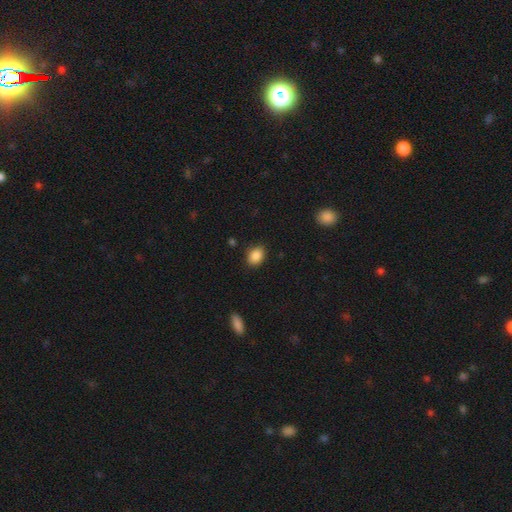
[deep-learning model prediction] Q: Smooth or featured?
A: smooth (88%); runner-up: star or artifact (8%)
Q: How rounded?
A: in between (67%); runner-up: round (32%)
Q: Merging?
A: none (86%); runner-up: minor disturbance (10%)